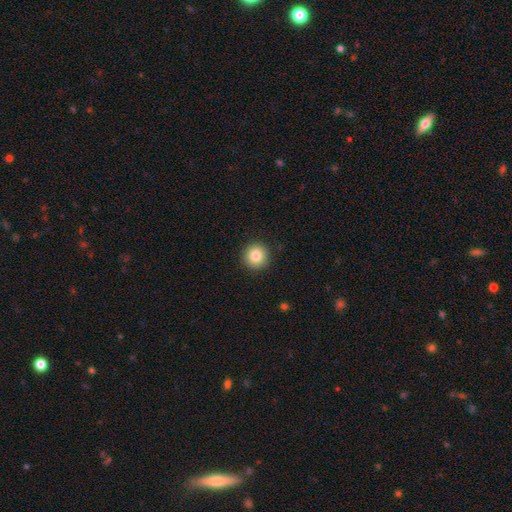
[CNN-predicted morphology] The model was most divided on "smooth or featured": smooth: 85%, star or artifact: 9%, featured or disk: 6%. More confident: how rounded — round (95%); merging — none (92%).